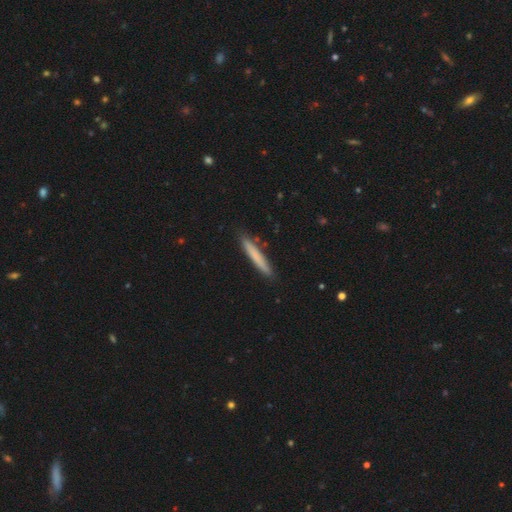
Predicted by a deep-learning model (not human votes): smooth_or_featured: smooth (p=0.72) [alt: featured or disk p=0.22]
how_rounded: cigar-shaped (p=0.96) [alt: in between p=0.03]
merging: none (p=0.89) [alt: minor disturbance p=0.08]